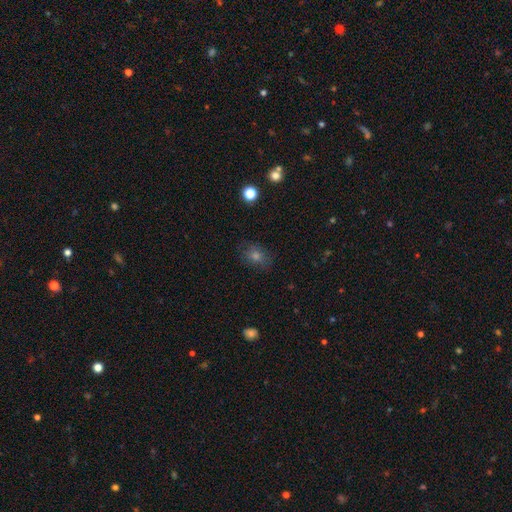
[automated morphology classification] Q: Smooth or featured?
A: smooth (61%); runner-up: star or artifact (24%)
Q: How rounded?
A: in between (49%); tied with: round (49%)
Q: Merging?
A: none (81%); runner-up: minor disturbance (13%)